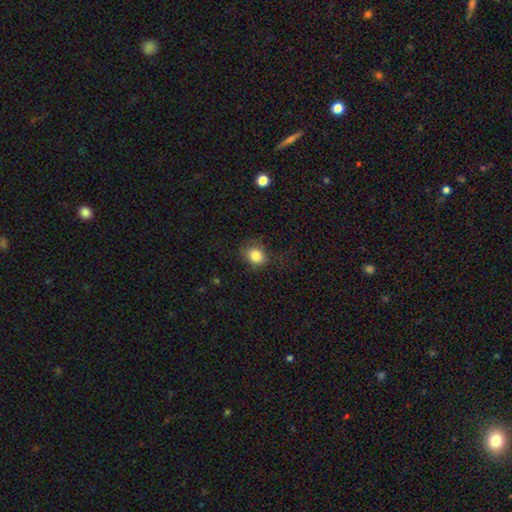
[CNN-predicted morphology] Smooth or featured: smooth — 83% (star or artifact — 10%)
How rounded: round — 65% (in between — 34%)
Merging: none — 72% (minor disturbance — 19%)